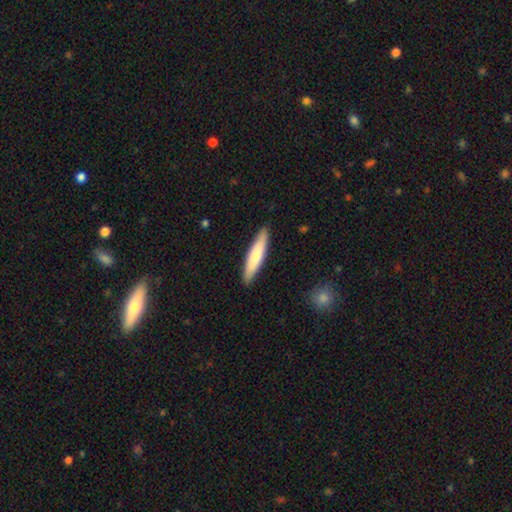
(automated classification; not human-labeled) Smooth or featured?
  - smooth: 72% *
  - featured or disk: 24%
  - star or artifact: 5%
How rounded?
  - cigar-shaped: 87% *
  - in between: 12%
  - round: 1%
Merging?
  - none: 90% *
  - minor disturbance: 8%
  - major disturbance: 1%
  - merger: 1%